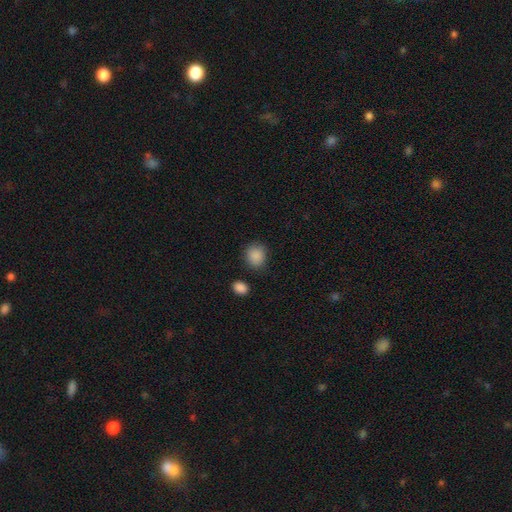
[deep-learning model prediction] Smooth or featured? Predicted: smooth (p=0.89). How rounded? Predicted: round (p=0.71). Merging? Predicted: none (p=0.80).